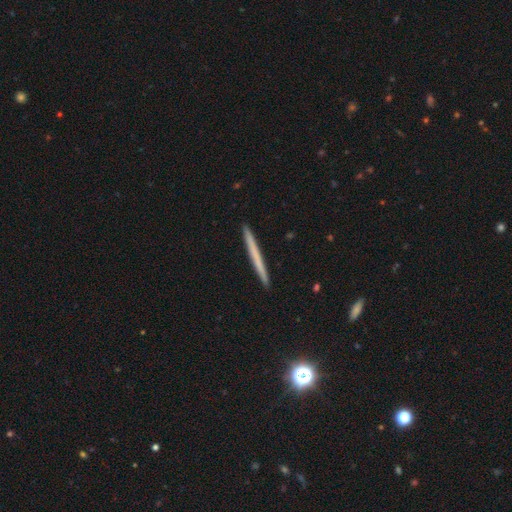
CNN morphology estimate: Q: Smooth or featured?
A: smooth (53%); runner-up: featured or disk (40%)
Q: How rounded?
A: cigar-shaped (97%); runner-up: in between (1%)
Q: Merging?
A: none (93%); runner-up: minor disturbance (5%)